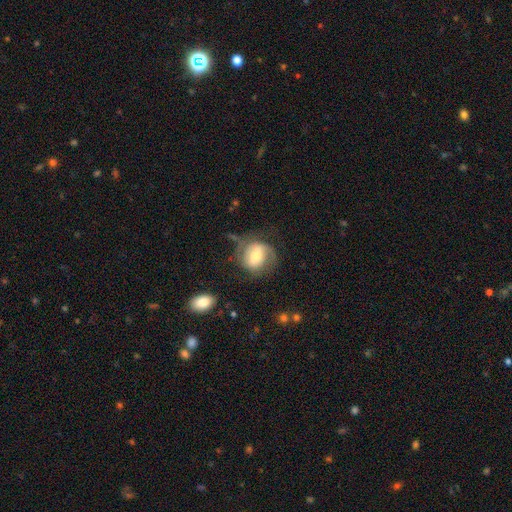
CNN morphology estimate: Smooth or featured: featured or disk — 53% (smooth — 40%)
Edge-on disk: no — 97% (yes — 3%)
Bar: no — 42% (weak — 40%)
Spiral arms: yes — 78% (no — 22%)
Bulge size: moderate — 55% (small — 29%)
Merging: none — 51% (minor disturbance — 24%)